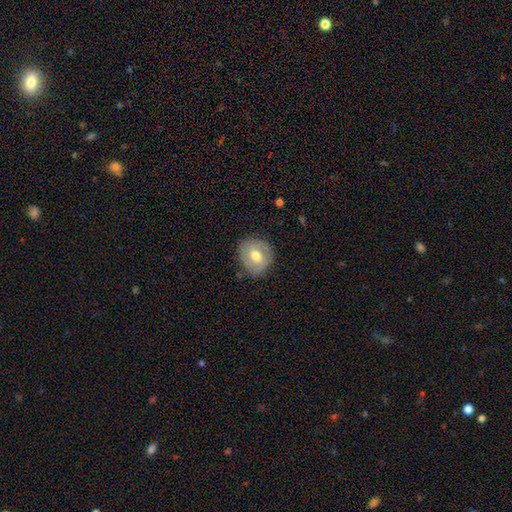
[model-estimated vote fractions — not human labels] smooth_or_featured: smooth (p=0.51) [alt: featured or disk p=0.42]
how_rounded: round (p=0.76) [alt: in between p=0.23]
merging: none (p=0.78) [alt: minor disturbance p=0.16]